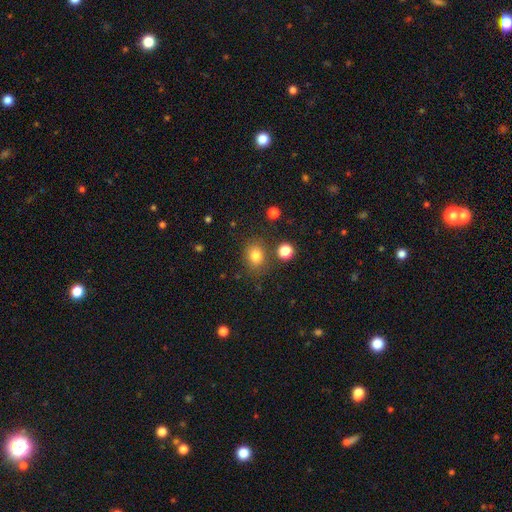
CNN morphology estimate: type=smooth (80%); roundness=round (59%); merging=none (79%).